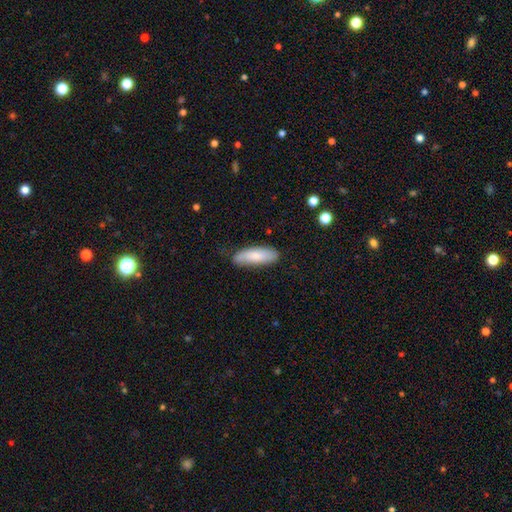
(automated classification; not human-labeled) Smooth or featured?
  - smooth: 77% *
  - featured or disk: 17%
  - star or artifact: 6%
How rounded?
  - in between: 56% *
  - cigar-shaped: 42%
  - round: 2%
Merging?
  - none: 76% *
  - minor disturbance: 19%
  - major disturbance: 3%
  - merger: 1%